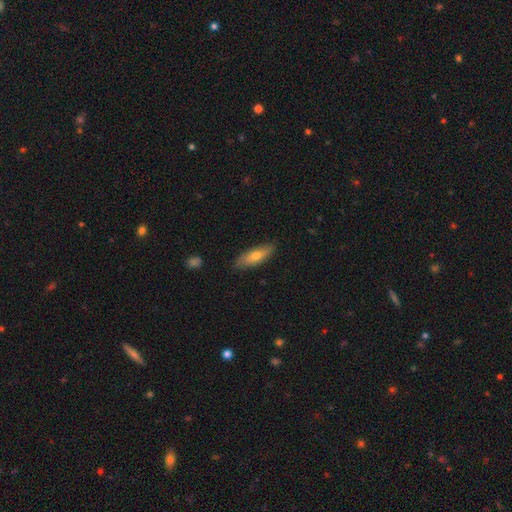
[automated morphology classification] The model was most divided on "how rounded": cigar-shaped: 51%, in between: 47%, round: 3%. More confident: merging — none (85%); smooth or featured — smooth (61%).